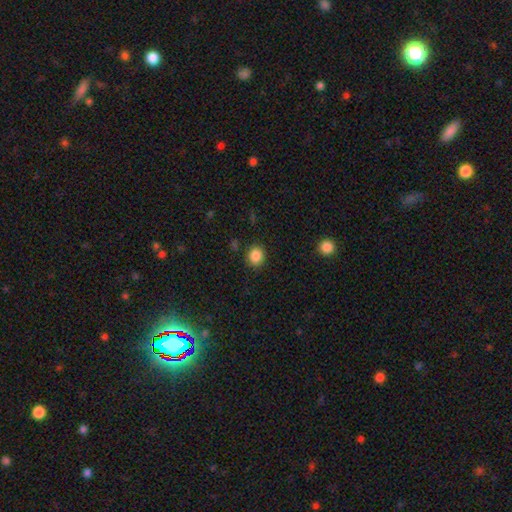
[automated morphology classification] The model was most divided on "how rounded": round: 78%, in between: 21%, cigar-shaped: 1%. More confident: merging — none (88%); smooth or featured — smooth (87%).